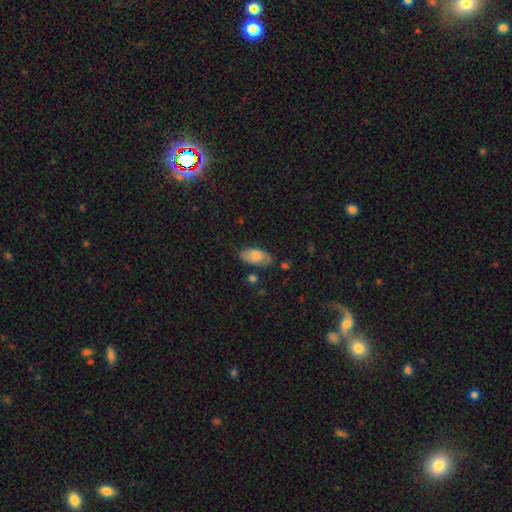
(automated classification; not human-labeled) This is likely a smooth galaxy (71%). How rounded: clearly in between (93%). Merging: likely none (71%).